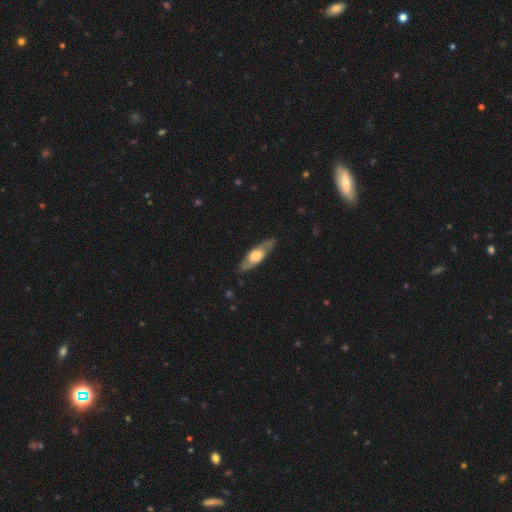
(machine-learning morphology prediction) smooth-or-featured: featured or disk: 52% | smooth: 43% | star or artifact: 5%
  disk-edge-on: yes: 51% | no: 49%
  merging: none: 82% | minor disturbance: 14% | major disturbance: 3% | merger: 1%